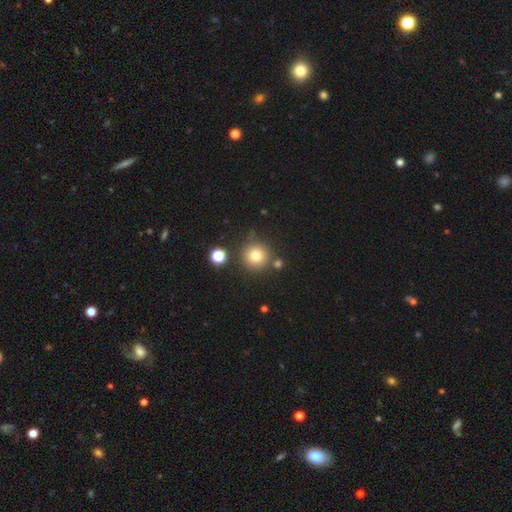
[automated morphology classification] Smooth or featured: smooth — 78% (star or artifact — 13%)
How rounded: round — 94% (in between — 5%)
Merging: none — 79% (minor disturbance — 9%)